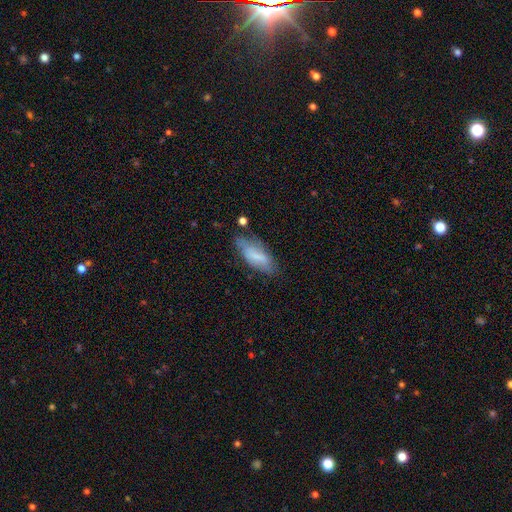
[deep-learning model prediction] Smooth or featured? smooth (66%)
How rounded? in between (74%)
Merging? none (57%)